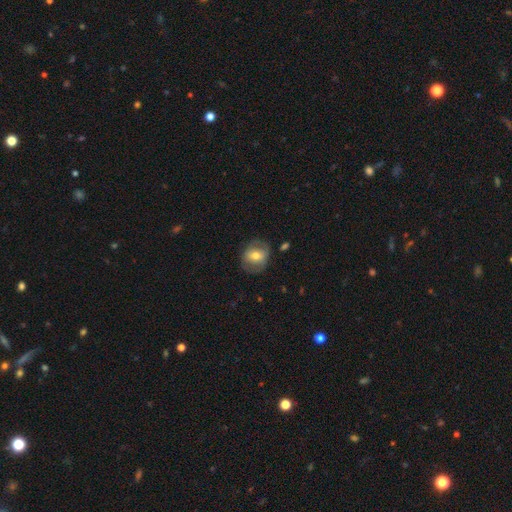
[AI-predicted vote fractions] smooth 53%, featured or disk 40%, star or artifact 8%. Down the decision tree: how rounded — round (57%); merging — none (74%).